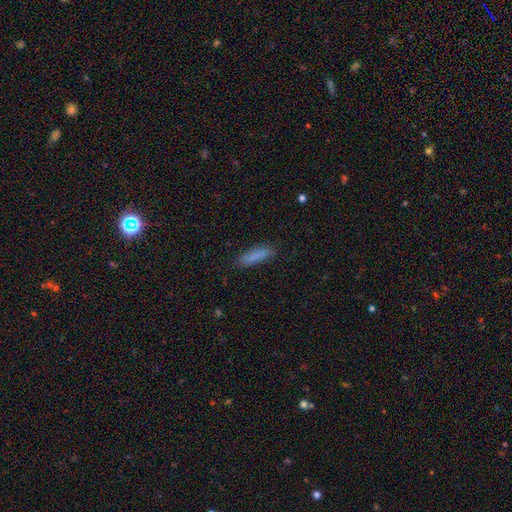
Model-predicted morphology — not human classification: Q: Smooth or featured?
A: smooth (83%); runner-up: featured or disk (9%)
Q: How rounded?
A: cigar-shaped (76%); runner-up: in between (22%)
Q: Merging?
A: none (82%); runner-up: minor disturbance (13%)